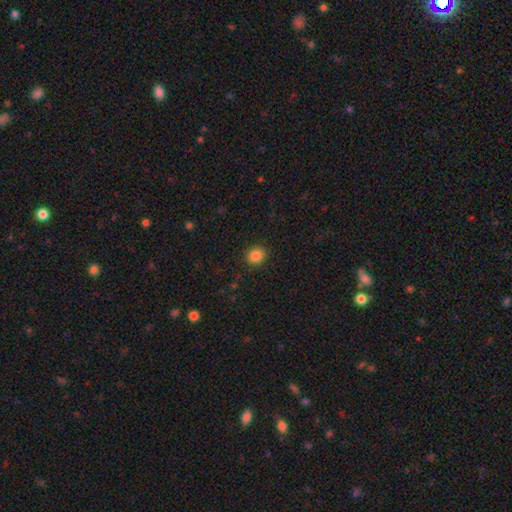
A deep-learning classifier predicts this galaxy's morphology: smooth_or_featured: smooth (p=0.85) [alt: star or artifact p=0.11]
how_rounded: round (p=0.81) [alt: in between p=0.18]
merging: none (p=0.90) [alt: minor disturbance p=0.07]